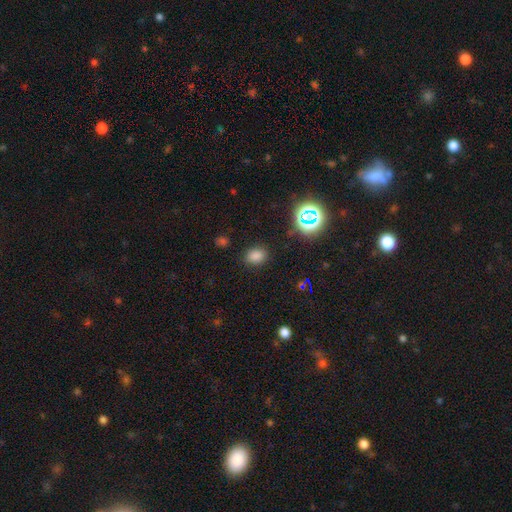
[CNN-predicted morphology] Q: Smooth or featured?
A: smooth (76%); runner-up: star or artifact (19%)
Q: How rounded?
A: in between (66%); runner-up: round (32%)
Q: Merging?
A: none (84%); runner-up: minor disturbance (10%)